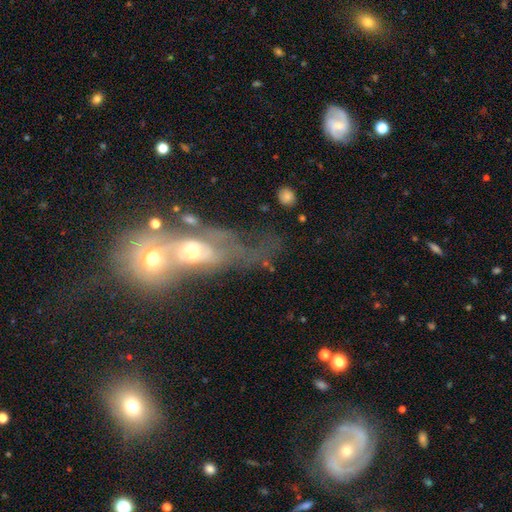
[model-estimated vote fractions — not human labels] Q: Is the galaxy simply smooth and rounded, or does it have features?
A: featured or disk — 48%.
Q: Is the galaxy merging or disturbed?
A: merger — 69%.